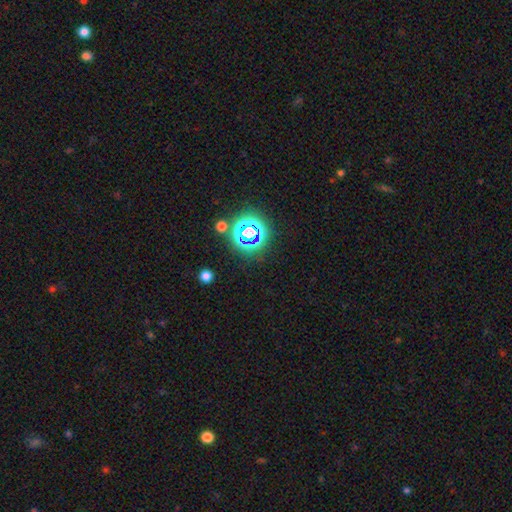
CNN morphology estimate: A star or artifact, not a galaxy (63%).

Vote fractions:
- Smooth or featured? star or artifact: 63% / smooth: 31% / featured or disk: 6%